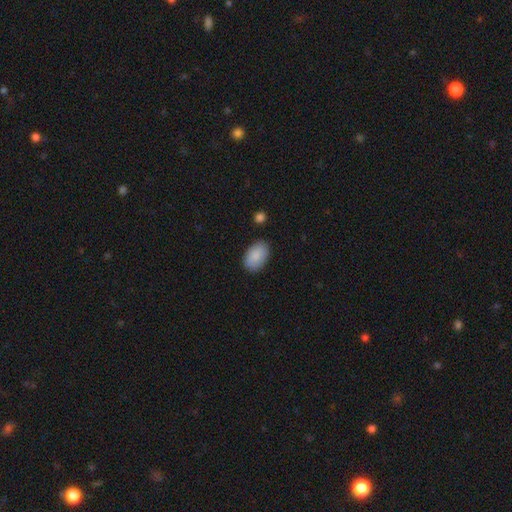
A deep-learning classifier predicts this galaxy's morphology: smooth 88%, star or artifact 6%, featured or disk 6%. Down the decision tree: how rounded — in between (92%); merging — none (85%).